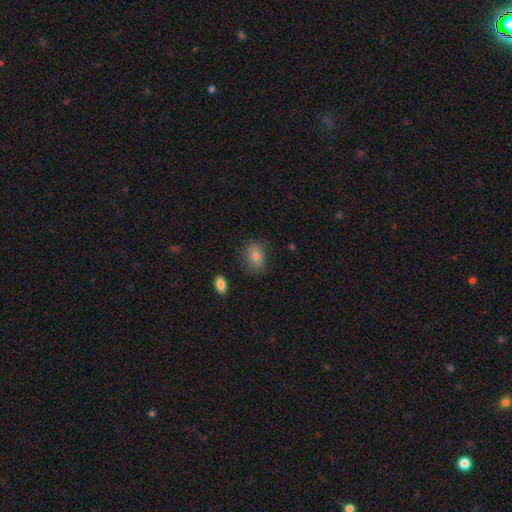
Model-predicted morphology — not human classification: Overall: smooth (77%). How rounded: in between (63%; round 36%). Merging: none (77%).